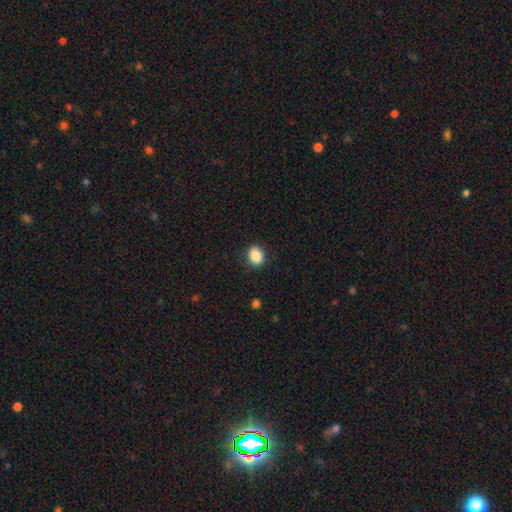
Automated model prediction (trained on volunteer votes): smooth-or-featured: smooth: 87% | star or artifact: 9% | featured or disk: 5%
  how-rounded: in between: 52% | round: 47% | cigar-shaped: 1%
  merging: none: 87% | minor disturbance: 9% | major disturbance: 2% | merger: 1%